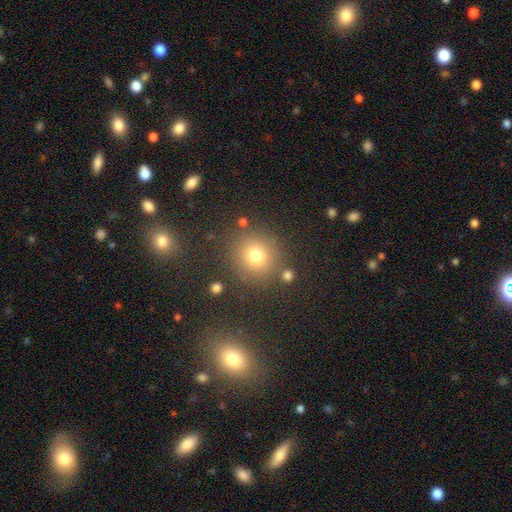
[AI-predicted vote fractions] Smooth or featured? smooth (75%)
How rounded? round (90%)
Merging? none (82%)